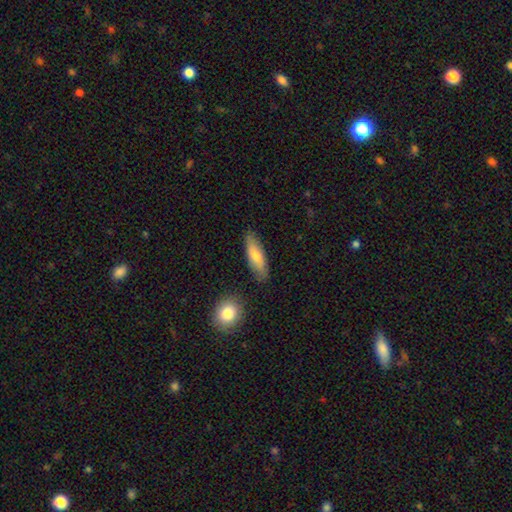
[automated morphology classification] The model was most divided on "how rounded": in between: 53%, cigar-shaped: 45%, round: 3%. More confident: merging — none (81%); smooth or featured — smooth (69%).